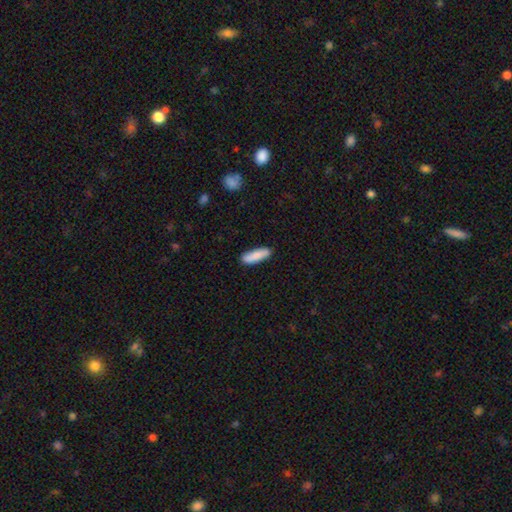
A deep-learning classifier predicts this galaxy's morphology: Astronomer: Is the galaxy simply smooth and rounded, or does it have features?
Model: smooth — 87%.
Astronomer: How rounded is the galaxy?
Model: cigar-shaped — 54% (runner-up: in between, 44%).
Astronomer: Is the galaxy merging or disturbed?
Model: none — 87%.